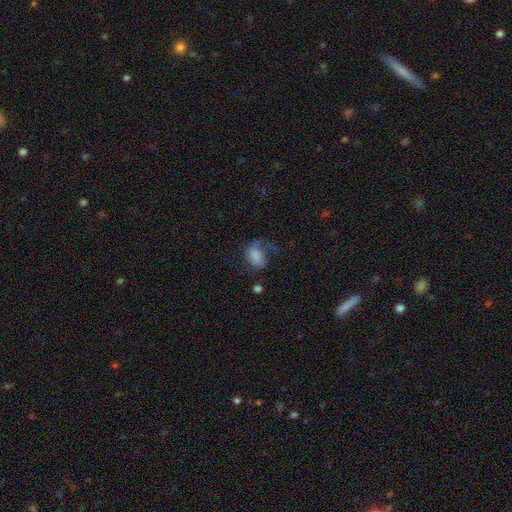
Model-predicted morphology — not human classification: Smooth or featured? smooth (72%)
How rounded? in between (74%)
Merging? major disturbance (35%)